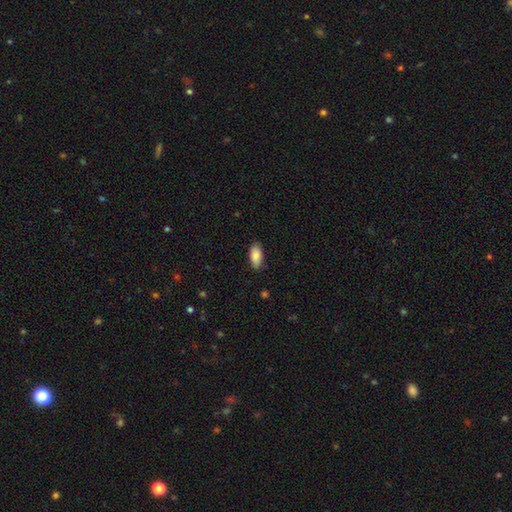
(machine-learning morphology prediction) Smooth or featured: smooth — 86% (featured or disk — 7%)
How rounded: in between — 91% (cigar-shaped — 7%)
Merging: none — 86% (minor disturbance — 11%)